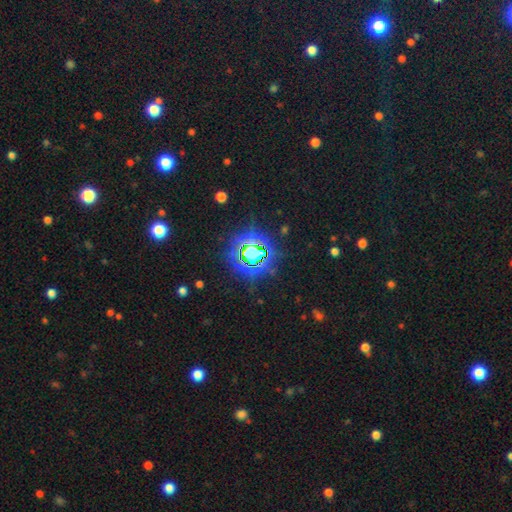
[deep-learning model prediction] Smooth or featured?
  - star or artifact: 72% *
  - smooth: 18%
  - featured or disk: 9%